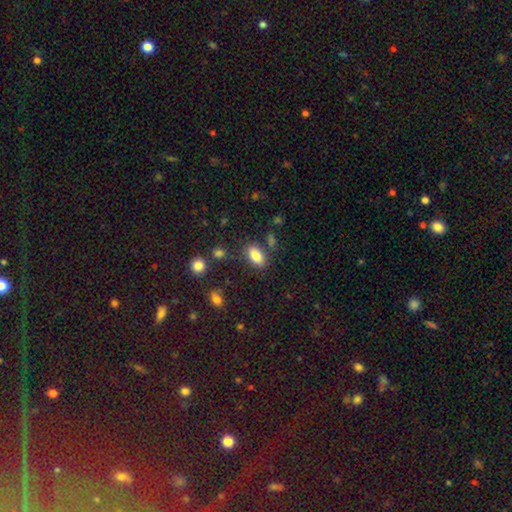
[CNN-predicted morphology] A smooth galaxy with no disk features (83%) that is in between round and cigar-shaped (91%). Merging: none (79%).